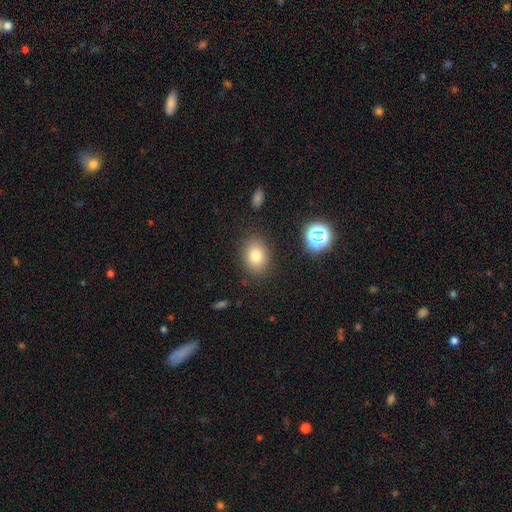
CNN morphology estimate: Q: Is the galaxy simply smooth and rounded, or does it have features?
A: smooth — 79%.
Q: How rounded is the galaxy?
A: in between — 66%.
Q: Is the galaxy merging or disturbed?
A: none — 84%.